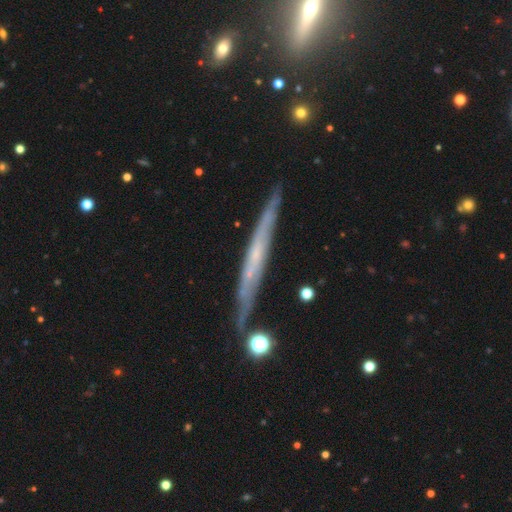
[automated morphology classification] This appears to be a featured or disk galaxy (68%) viewed edge-on (92%) with no central bulge (78%). Merging: none (83%).